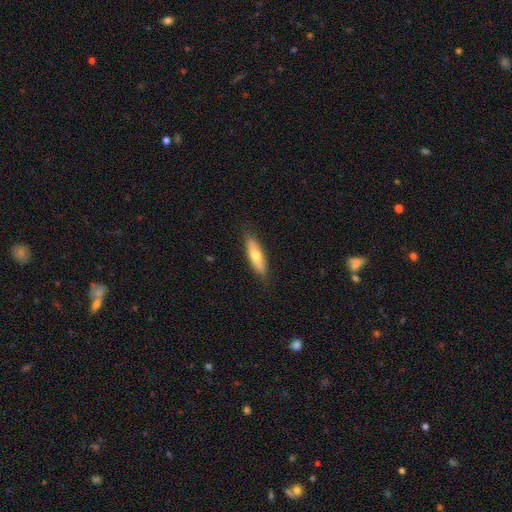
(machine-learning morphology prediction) Q: Smooth or featured?
A: smooth (61%); runner-up: featured or disk (33%)
Q: How rounded?
A: cigar-shaped (61%); runner-up: in between (37%)
Q: Merging?
A: none (85%); runner-up: minor disturbance (11%)